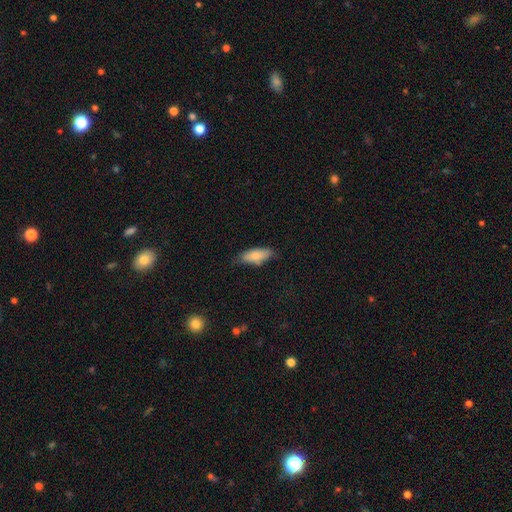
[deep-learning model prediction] This is likely a smooth galaxy (78%). How rounded: likely in between (77%). Merging: likely none (72%).